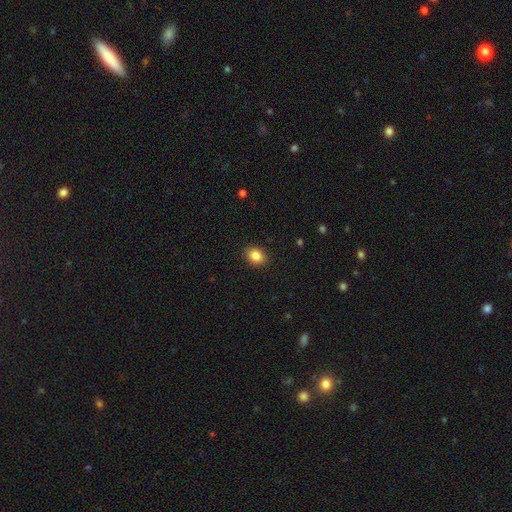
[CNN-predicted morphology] The model was most divided on "how rounded": in between: 52%, round: 47%, cigar-shaped: 1%. More confident: merging — none (89%); smooth or featured — smooth (86%).